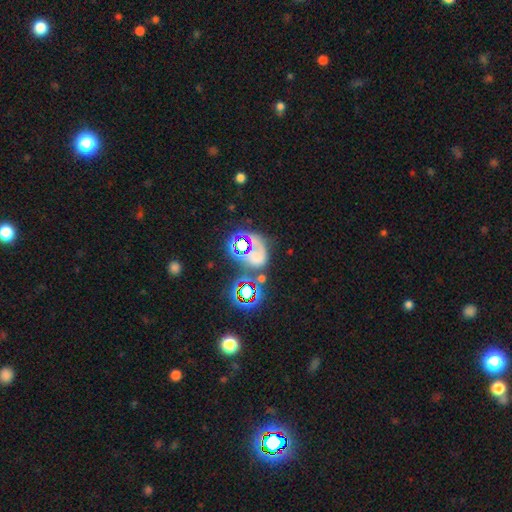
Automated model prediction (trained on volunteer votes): Morphology: type=star or artifact (44%).